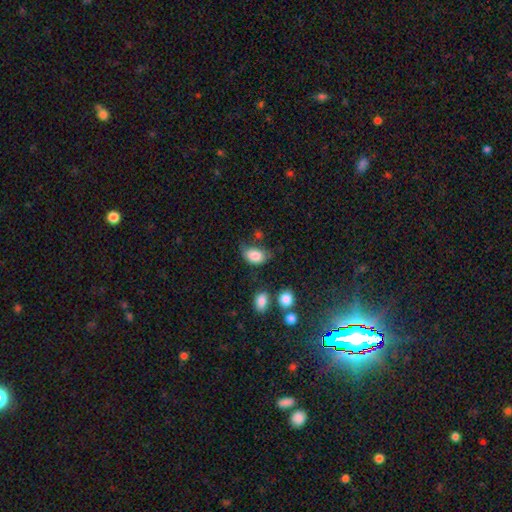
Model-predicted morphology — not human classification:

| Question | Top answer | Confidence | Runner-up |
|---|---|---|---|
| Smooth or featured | smooth | 84% | featured or disk (8%) |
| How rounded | in between | 85% | round (14%) |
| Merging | none | 48% | minor disturbance (34%) |